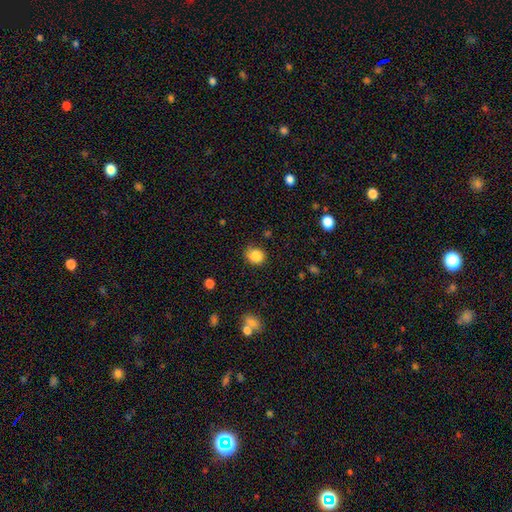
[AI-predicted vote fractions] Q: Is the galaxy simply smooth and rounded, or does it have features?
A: smooth — 85%.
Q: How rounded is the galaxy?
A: round — 72%.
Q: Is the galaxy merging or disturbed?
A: none — 79%.